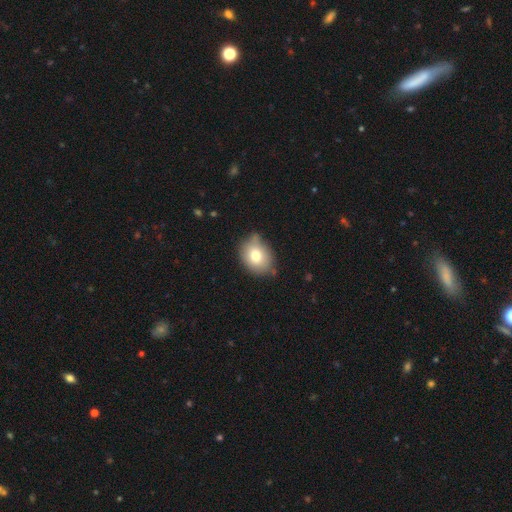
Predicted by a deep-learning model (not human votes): Overall: smooth (77%). How rounded: in between (62%; round 37%). Merging: none (62%; minor disturbance 29%).